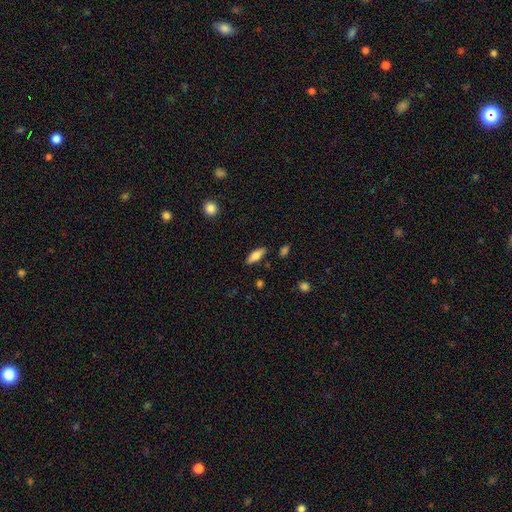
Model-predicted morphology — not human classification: Smooth or featured? Predicted: smooth (p=0.75). How rounded? Predicted: in between (p=0.73). Merging? Predicted: none (p=0.85).